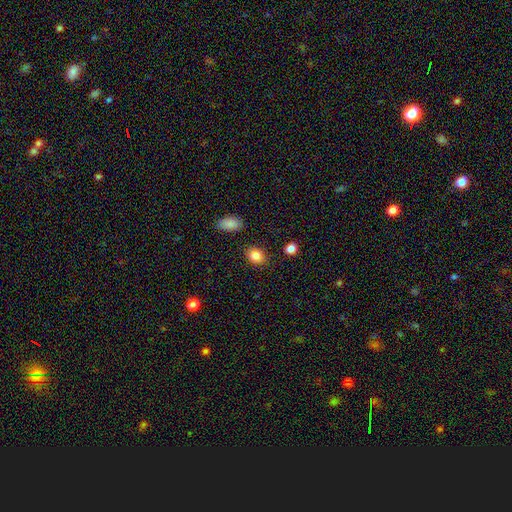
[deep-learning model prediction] Overall: smooth (86%). How rounded: in between (57%; round 42%). Merging: none (86%).